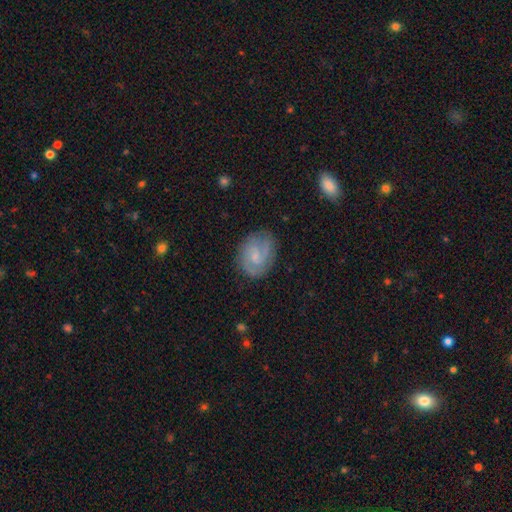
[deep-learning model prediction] Overall: featured or disk (66%; smooth 27%). Edge-on disk: no (97%). Bar: no (49%; weak 45%). Spiral arms: yes (90%). Spiral arm count: 2 (58%; can't tell 21%). Spiral winding: medium (44%; tight 41%). Bulge size: small (59%; moderate 24%). Merging: none (75%).